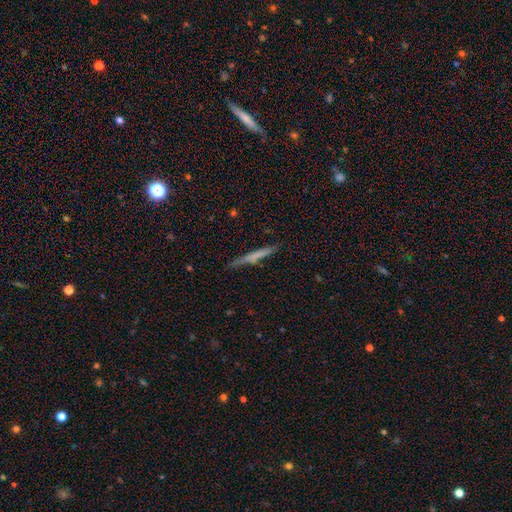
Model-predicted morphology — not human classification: smooth-or-featured: smooth: 57% | featured or disk: 37% | star or artifact: 7%
  how-rounded: cigar-shaped: 95% | in between: 3% | round: 2%
  merging: none: 79% | minor disturbance: 15% | major disturbance: 3% | merger: 3%